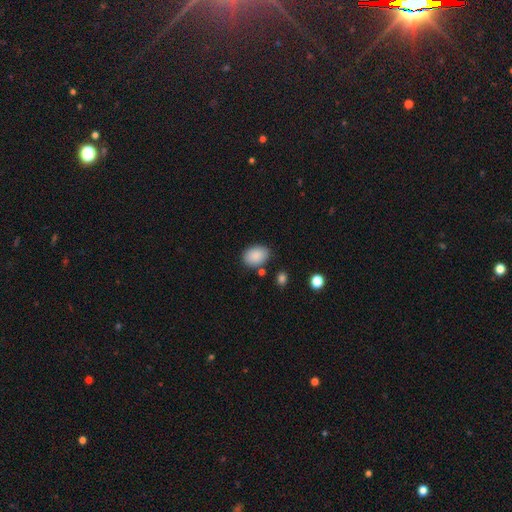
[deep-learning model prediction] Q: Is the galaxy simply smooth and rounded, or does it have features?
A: smooth — 89%.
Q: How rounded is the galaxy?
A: in between — 79%.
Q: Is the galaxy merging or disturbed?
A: none — 80%.